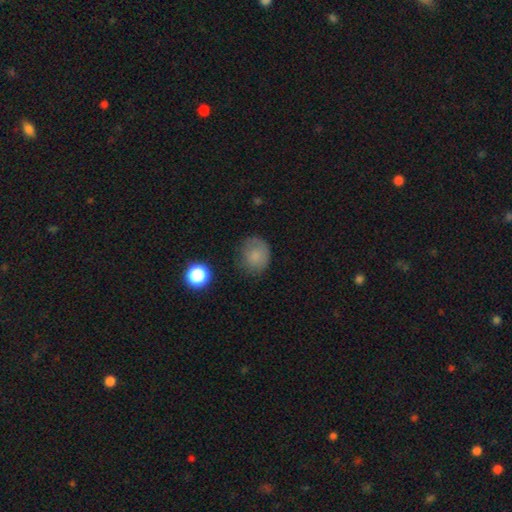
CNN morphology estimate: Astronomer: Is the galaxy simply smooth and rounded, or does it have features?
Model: smooth — 79%.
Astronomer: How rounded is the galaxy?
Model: round — 76%.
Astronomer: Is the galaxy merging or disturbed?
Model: none — 66%.